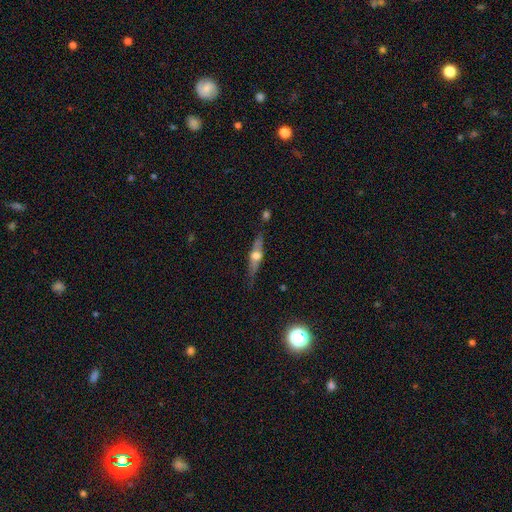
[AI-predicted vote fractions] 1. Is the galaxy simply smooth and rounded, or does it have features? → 62% featured or disk, 31% smooth, 7% star or artifact.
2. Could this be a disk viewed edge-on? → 91% yes, 9% no.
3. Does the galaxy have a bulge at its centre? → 93% rounded, 4% boxy, 3% none.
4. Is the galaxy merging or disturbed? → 77% none, 16% minor disturbance, 4% major disturbance, 3% merger.